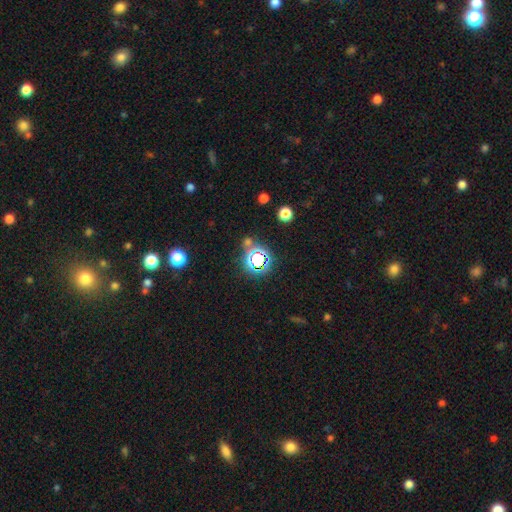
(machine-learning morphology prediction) Overall: star or artifact (75%).